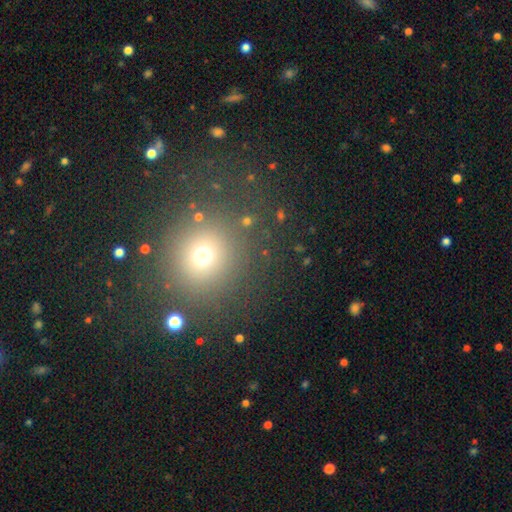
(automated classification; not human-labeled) Smooth or featured? smooth (57%)
How rounded? round (88%)
Merging? none (83%)